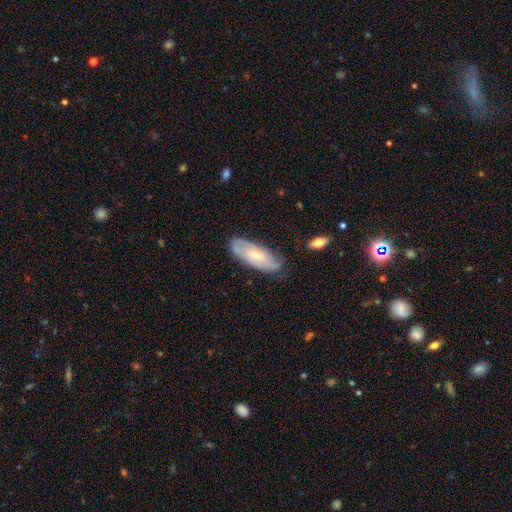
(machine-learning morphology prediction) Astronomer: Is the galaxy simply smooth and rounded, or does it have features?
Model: featured or disk — 57% (runner-up: smooth, 36%).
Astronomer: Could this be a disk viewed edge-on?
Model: no — 84%.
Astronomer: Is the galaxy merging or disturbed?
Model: none — 73%.